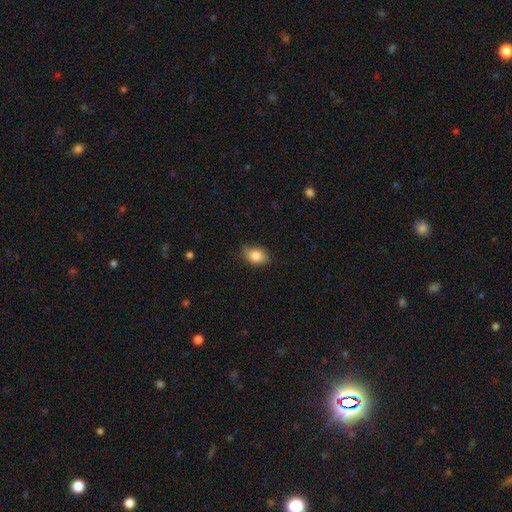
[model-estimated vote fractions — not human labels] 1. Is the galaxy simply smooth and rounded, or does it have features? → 84% smooth, 9% featured or disk, 8% star or artifact.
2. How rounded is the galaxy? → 84% in between, 14% round, 2% cigar-shaped.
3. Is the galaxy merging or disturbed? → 81% none, 16% minor disturbance, 3% major disturbance, 1% merger.